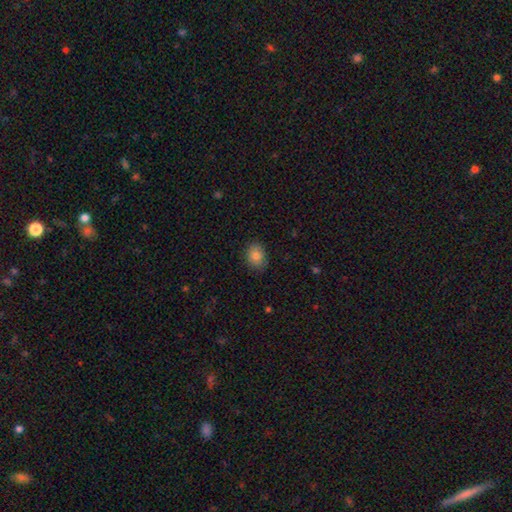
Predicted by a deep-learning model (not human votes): Morphology: type=smooth (83%); roundness=in between (51%); merging=none (83%).